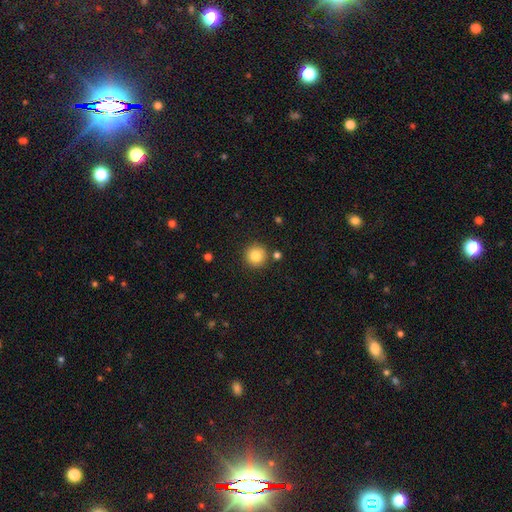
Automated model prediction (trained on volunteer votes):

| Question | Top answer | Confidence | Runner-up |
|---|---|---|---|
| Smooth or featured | smooth | 83% | star or artifact (10%) |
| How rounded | round | 95% | in between (4%) |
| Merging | none | 86% | minor disturbance (7%) |